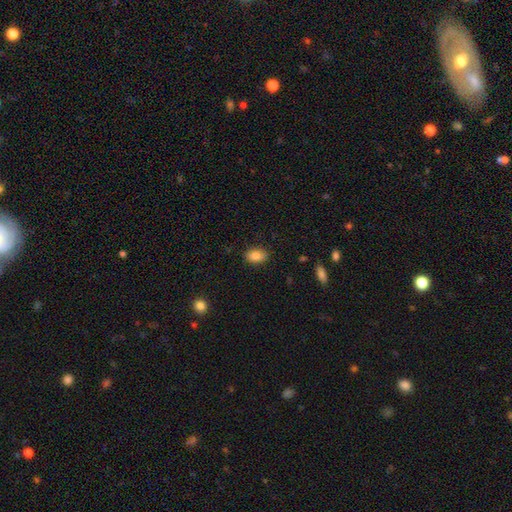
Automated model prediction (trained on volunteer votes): Smooth or featured: smooth — 85% (star or artifact — 8%)
How rounded: in between — 85% (round — 14%)
Merging: none — 86% (minor disturbance — 10%)